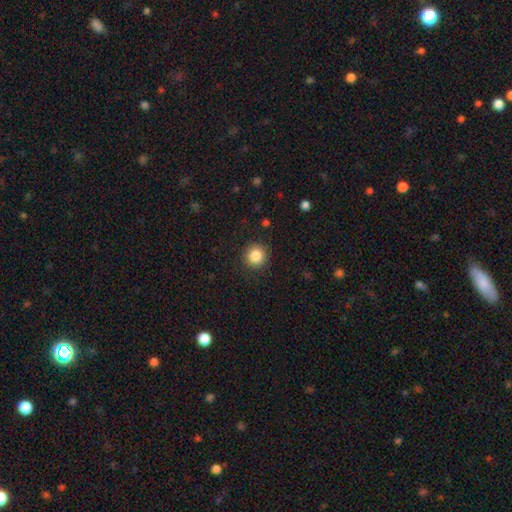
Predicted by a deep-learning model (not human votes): This appears to be a smooth galaxy with no disk features (86%) that is round (94%). Merging: none (91%).